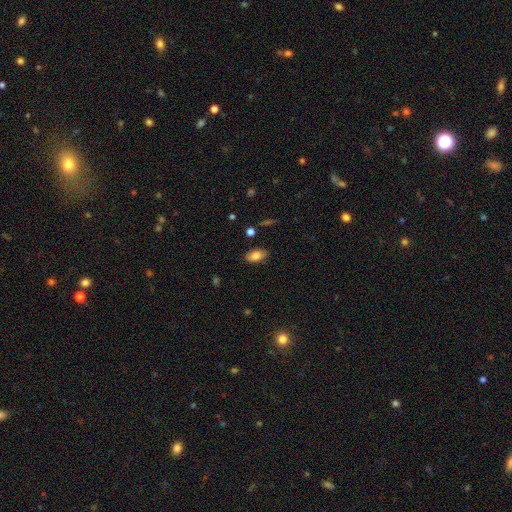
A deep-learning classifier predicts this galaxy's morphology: A smooth galaxy with no disk features (80%) that is in between round and cigar-shaped (92%). Merging: none (85%).